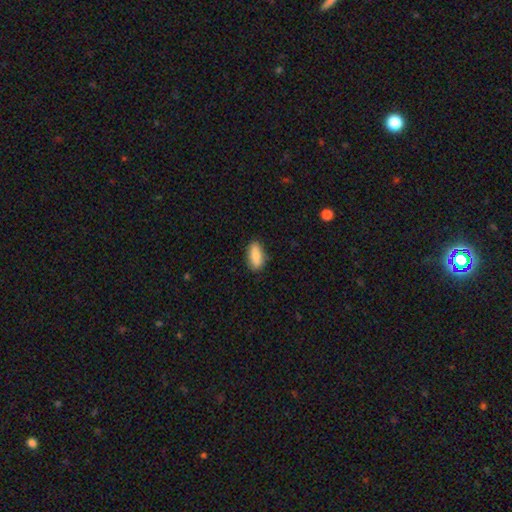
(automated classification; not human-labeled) A smooth galaxy with no disk features (84%) that is in between round and cigar-shaped (81%). Merging: none (84%).